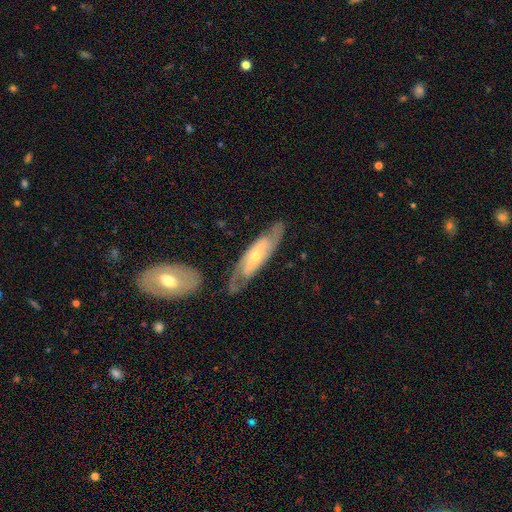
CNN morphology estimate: A featured or disk galaxy (77%) with a weak bar (36%), 2 (78%) tight (43%) spiral arms (90%) and a small central bulge (62%).

Vote fractions:
- Smooth or featured? featured or disk: 77% / smooth: 18% / star or artifact: 5%
- Edge-on disk? no: 81% / yes: 19%
- Bar? weak: 36% / no: 35% / strong: 29%
- Spiral arms? yes: 90% / no: 10%
- Spiral winding? tight: 43% / medium: 41% / loose: 16%
- Spiral arm count? 2: 78% / can't tell: 15% / 3: 3% / 1: 2% / 4: 1% / more than 4: 1%
- Bulge size? small: 62% / moderate: 34% / large: 2% / none: 1% / dominant: 1%
- Merging? none: 74% / minor disturbance: 16% / major disturbance: 6% / merger: 3%